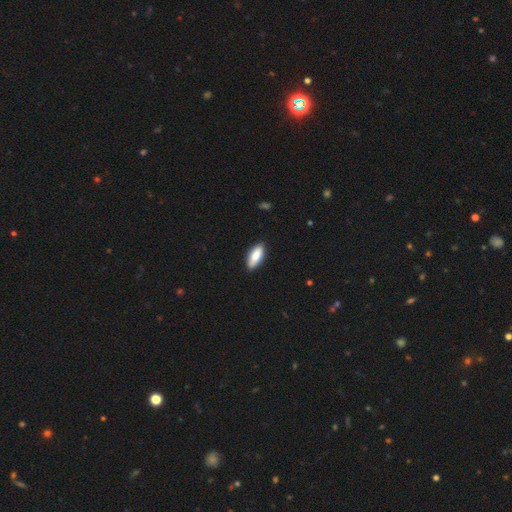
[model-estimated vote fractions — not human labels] This is clearly a smooth galaxy (85%). How rounded: likely in between (77%). Merging: clearly none (88%).